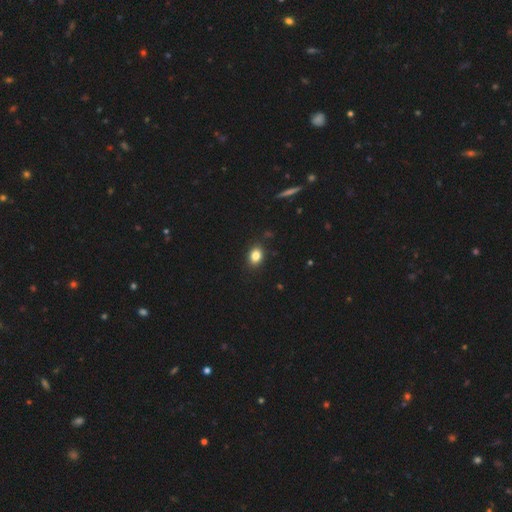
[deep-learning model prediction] Overall: smooth (84%). How rounded: in between (66%; round 33%). Merging: none (88%).